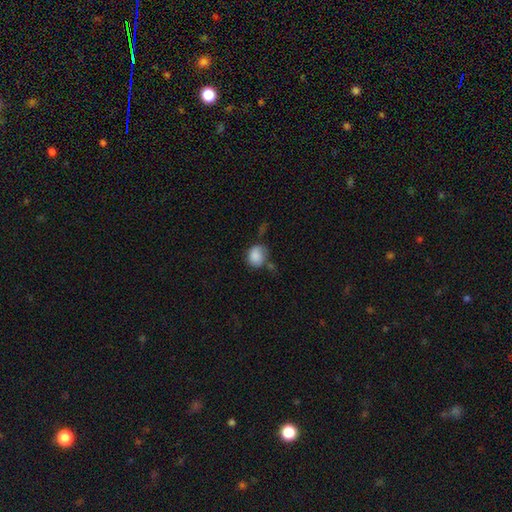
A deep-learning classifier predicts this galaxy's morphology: Smooth or featured?
  - smooth: 84% *
  - star or artifact: 8%
  - featured or disk: 8%
How rounded?
  - round: 61% *
  - in between: 38%
  - cigar-shaped: 1%
Merging?
  - none: 48% *
  - minor disturbance: 30%
  - major disturbance: 11%
  - merger: 11%